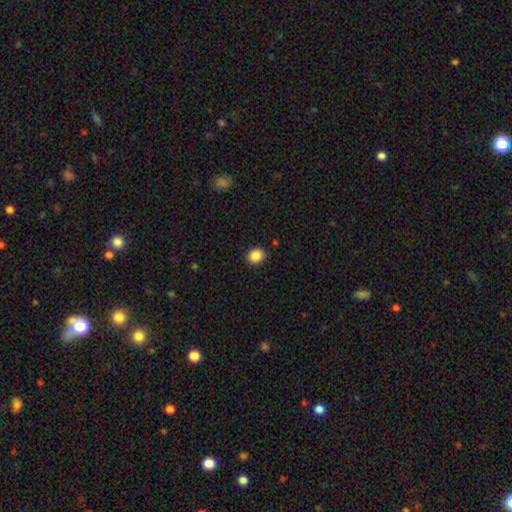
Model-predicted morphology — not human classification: The model was most divided on "how rounded": round: 66%, in between: 34%, cigar-shaped: 1%. More confident: smooth or featured — smooth (88%); merging — none (87%).